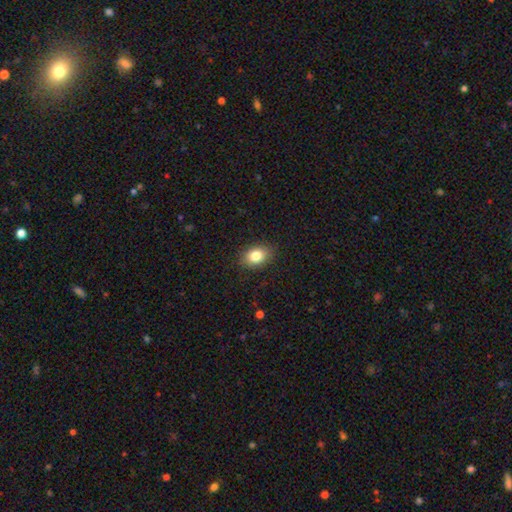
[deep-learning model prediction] smooth 83%, star or artifact 9%, featured or disk 8%. Down the decision tree: how rounded — in between (73%); merging — none (87%).